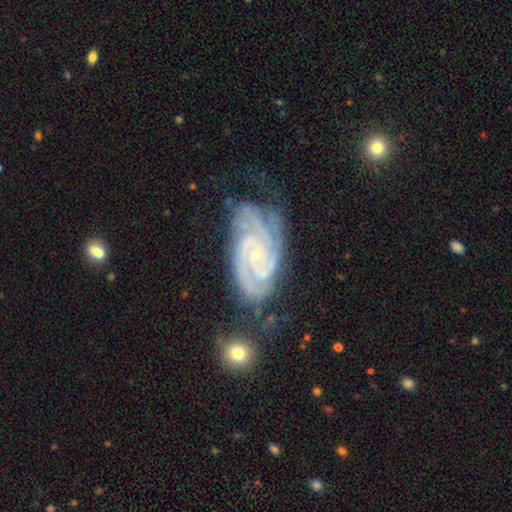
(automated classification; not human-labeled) This is clearly a featured or disk galaxy (90%). It is clearly not viewed edge-on (97%). Bar: likely no (63%). Spiral arm pattern: clearly yes (98%). Spiral arm count: marginally 3 (32%). Spiral winding: likely tight (74%). Central bulge: likely small (78%). Merging: likely none (64%).